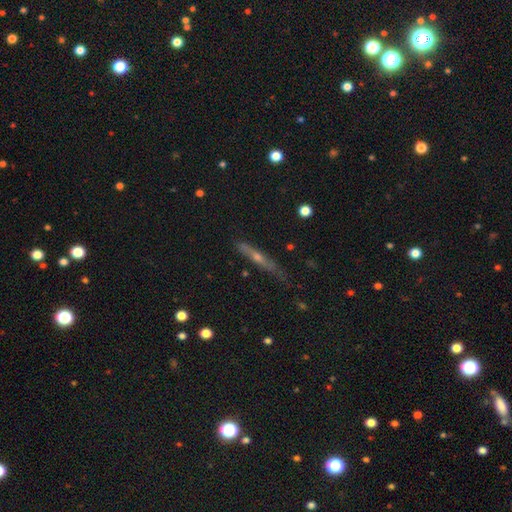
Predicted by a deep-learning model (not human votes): The model was most divided on "smooth or featured": featured or disk: 61%, smooth: 29%, star or artifact: 9%. More confident: edge-on disk — yes (91%); merging — none (72%); edge-on bulge — rounded (71%).